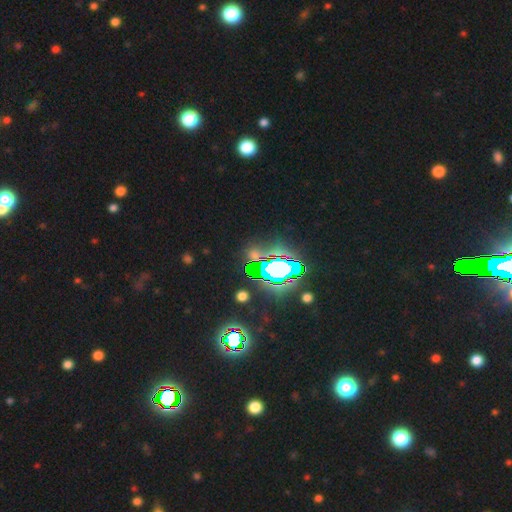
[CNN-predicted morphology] Smooth or featured? Predicted: star or artifact (p=0.71).